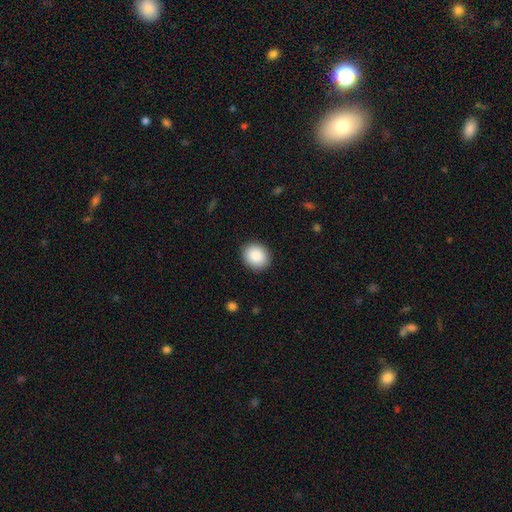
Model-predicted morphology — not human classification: type=smooth (89%); roundness=round (71%); merging=none (90%).